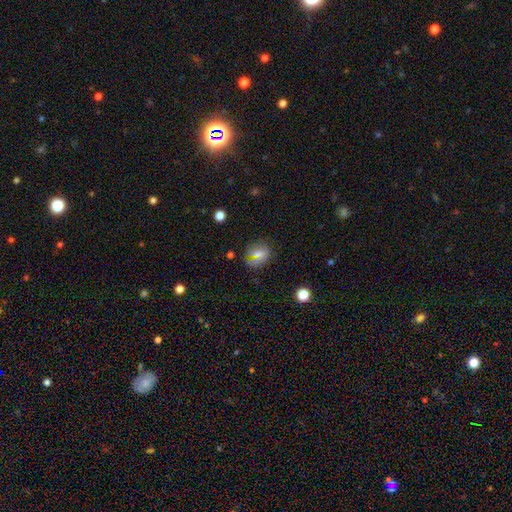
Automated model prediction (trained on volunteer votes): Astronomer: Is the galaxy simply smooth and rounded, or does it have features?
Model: smooth — 50% (runner-up: featured or disk, 30%).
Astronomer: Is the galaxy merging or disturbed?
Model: none — 61%.